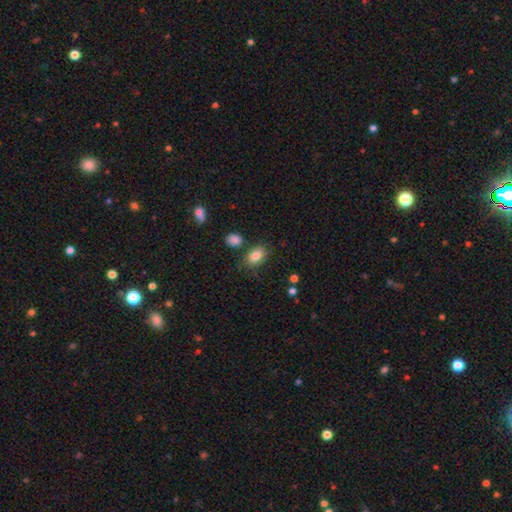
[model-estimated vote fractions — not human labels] A smooth galaxy with no disk features (84%) that is in between round and cigar-shaped (84%). Merging: none (75%).